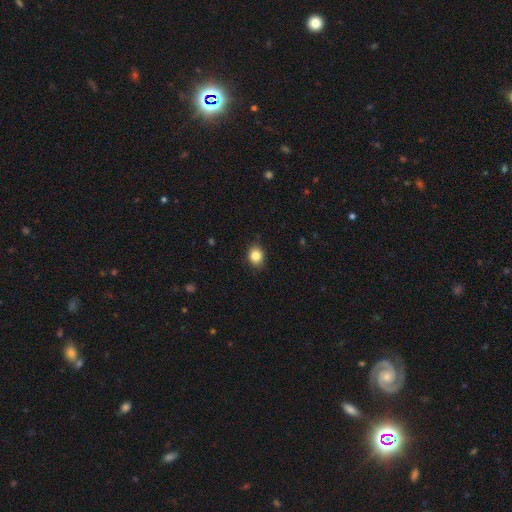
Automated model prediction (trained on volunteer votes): Smooth or featured: smooth — 85% (star or artifact — 10%)
How rounded: round — 63% (in between — 36%)
Merging: none — 87% (minor disturbance — 10%)